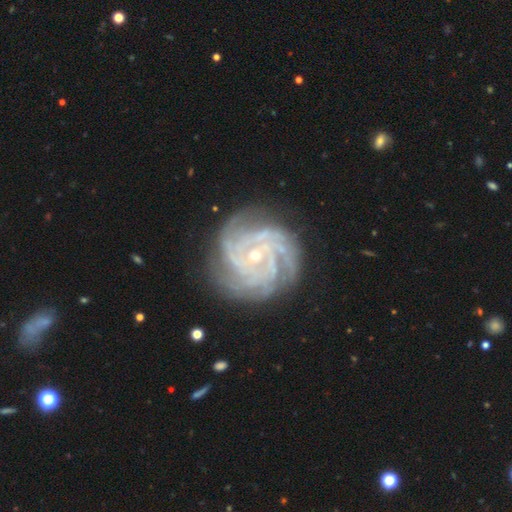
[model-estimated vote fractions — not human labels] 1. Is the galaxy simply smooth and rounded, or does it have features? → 90% featured or disk, 6% star or artifact, 4% smooth.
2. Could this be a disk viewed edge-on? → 98% no, 2% yes.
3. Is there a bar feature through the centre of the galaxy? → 64% no, 26% weak, 10% strong.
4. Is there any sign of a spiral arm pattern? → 98% yes, 2% no.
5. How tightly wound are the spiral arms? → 72% tight, 25% medium, 4% loose.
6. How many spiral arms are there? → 33% 4, 19% more than 4, 17% 3, 16% can't tell, 9% 2, 7% 1.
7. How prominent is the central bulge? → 76% small, 21% moderate, 1% none, 1% large, 1% dominant.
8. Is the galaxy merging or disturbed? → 77% none, 15% minor disturbance, 6% major disturbance, 1% merger.